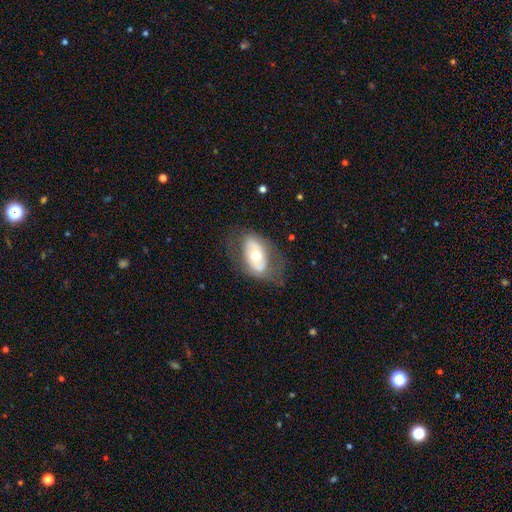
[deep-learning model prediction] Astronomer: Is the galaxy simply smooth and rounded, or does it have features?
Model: featured or disk — 50% (runner-up: smooth, 44%).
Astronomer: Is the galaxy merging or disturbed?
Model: none — 67%.